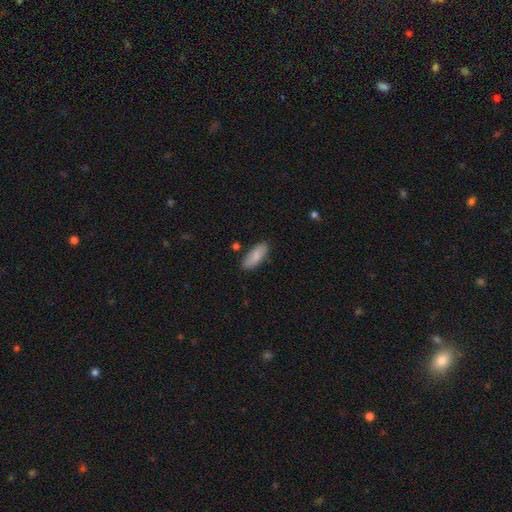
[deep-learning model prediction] A smooth galaxy with no disk features (85%) that is in between round and cigar-shaped (78%). Merging: none (83%).